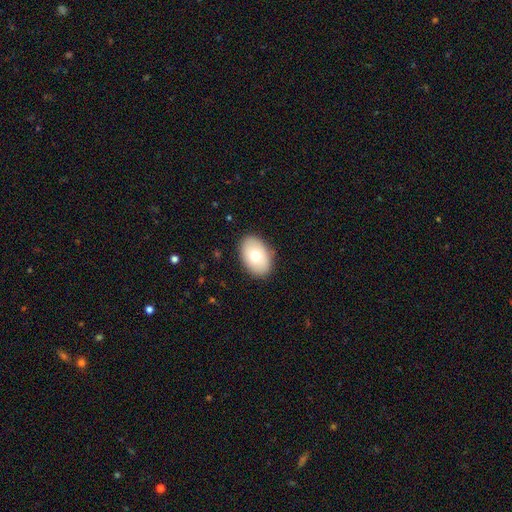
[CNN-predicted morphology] This appears to be a smooth galaxy with no disk features (72%) that is in between round and cigar-shaped (86%). Merging: none (88%).